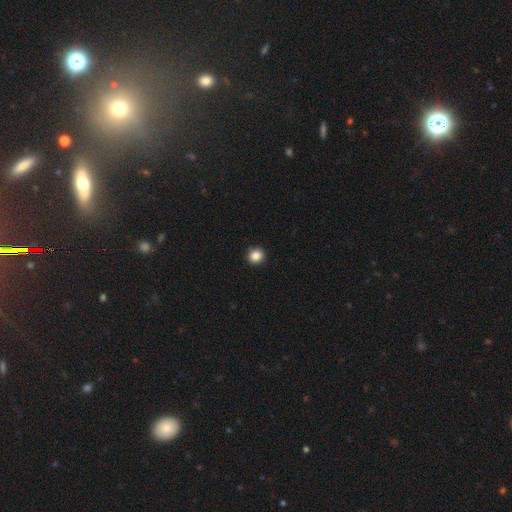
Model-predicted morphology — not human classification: smooth_or_featured: smooth (p=0.86) [alt: star or artifact p=0.10]
how_rounded: round (p=0.89) [alt: in between p=0.10]
merging: none (p=0.93) [alt: minor disturbance p=0.05]